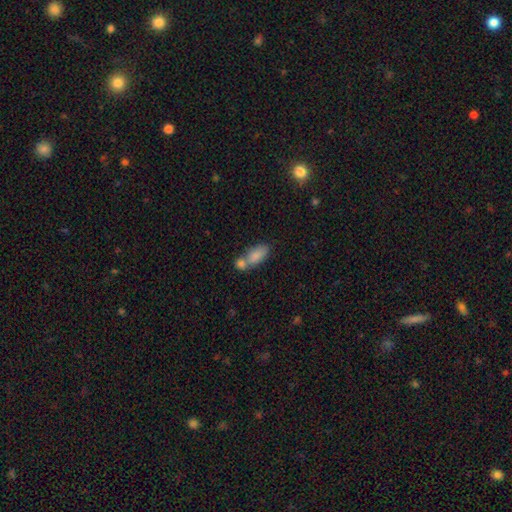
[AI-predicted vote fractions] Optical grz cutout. It shows a smooth galaxy with no disk features (83%) that is in between round and cigar-shaped (86%). Merging: merger (50%).